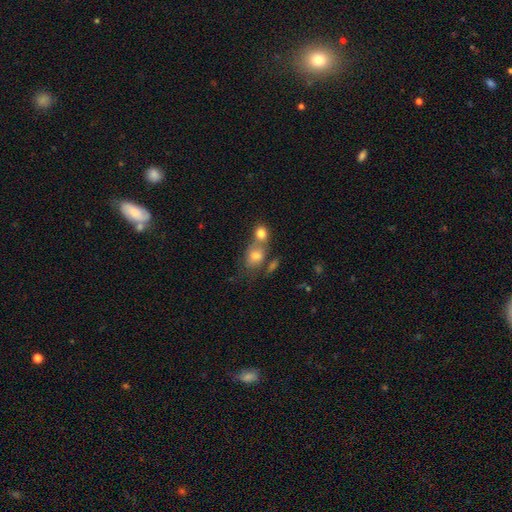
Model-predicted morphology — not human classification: type=smooth (74%); roundness=in between (61%); merging=merger (50%).